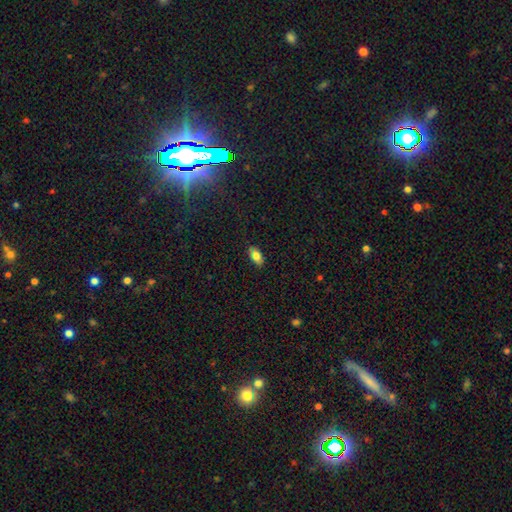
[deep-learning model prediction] Q: Smooth or featured?
A: smooth (80%); runner-up: featured or disk (12%)
Q: How rounded?
A: in between (90%); runner-up: cigar-shaped (5%)
Q: Merging?
A: none (87%); runner-up: minor disturbance (10%)